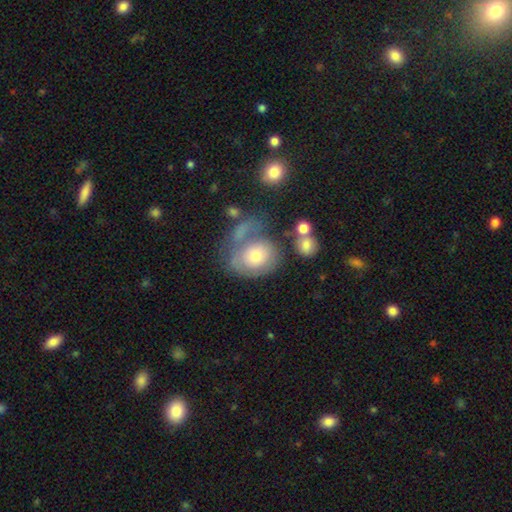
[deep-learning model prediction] Smooth or featured? smooth (57%)
How rounded? round (56%)
Merging? none (32%)